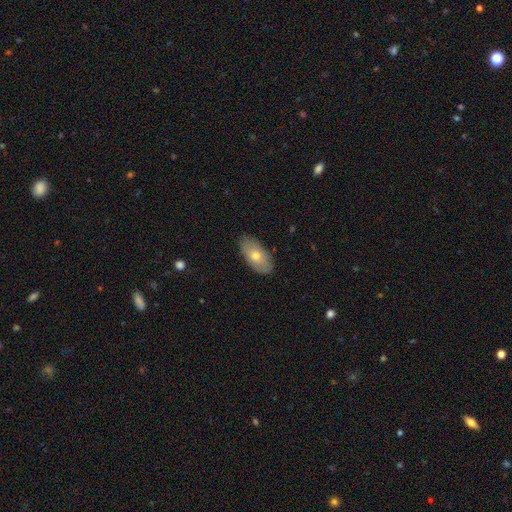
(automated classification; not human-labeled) This is likely a smooth galaxy (64%). How rounded: clearly in between (93%). Merging: clearly none (86%).